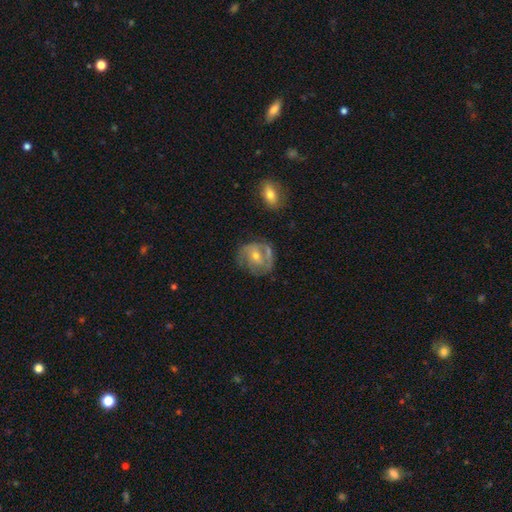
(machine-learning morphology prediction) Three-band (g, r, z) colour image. It shows a featured or disk galaxy (64%) with no bar (50%), spiral arms (69%) and a moderate central bulge (50%). Merging: none (58%).